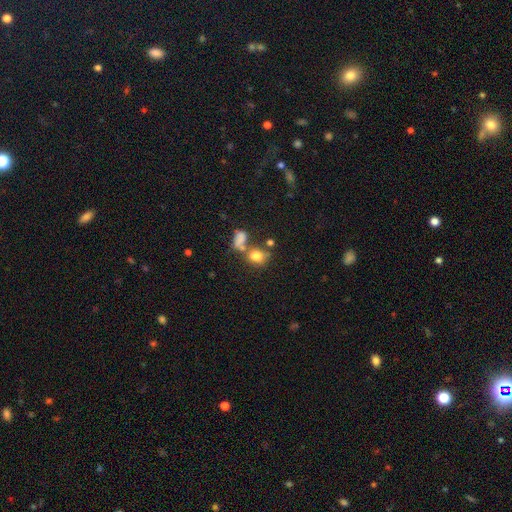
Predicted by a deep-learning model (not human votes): Q: Smooth or featured?
A: smooth (77%); runner-up: star or artifact (12%)
Q: How rounded?
A: round (58%); runner-up: in between (40%)
Q: Merging?
A: none (45%); runner-up: merger (34%)